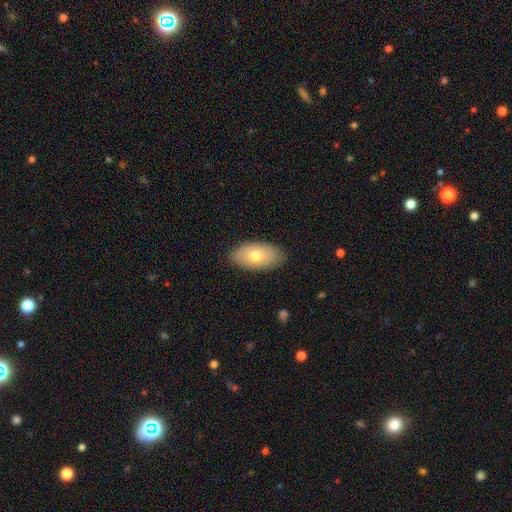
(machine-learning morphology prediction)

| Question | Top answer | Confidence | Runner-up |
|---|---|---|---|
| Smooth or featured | smooth | 72% | featured or disk (21%) |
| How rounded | in between | 94% | round (4%) |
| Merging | none | 84% | minor disturbance (12%) |